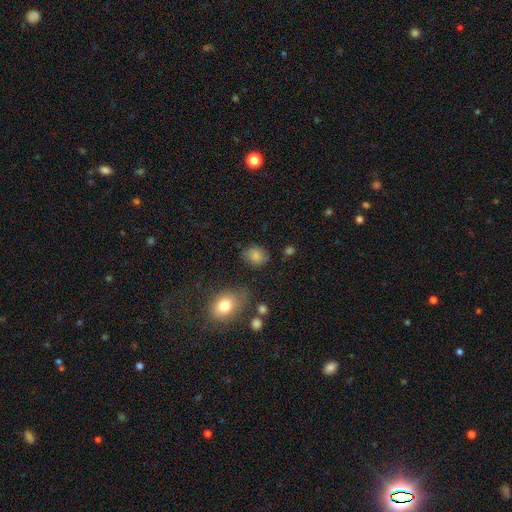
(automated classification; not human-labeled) Smooth or featured? smooth (82%)
How rounded? round (51%)
Merging? none (76%)